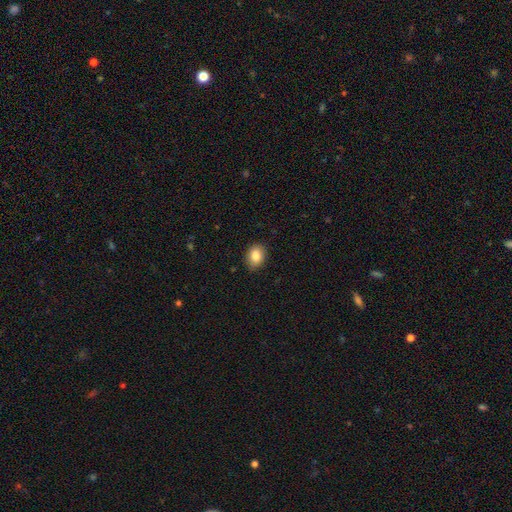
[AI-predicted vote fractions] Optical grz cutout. It shows a smooth galaxy with no disk features (85%) that is in between round and cigar-shaped (69%). Merging: none (84%).